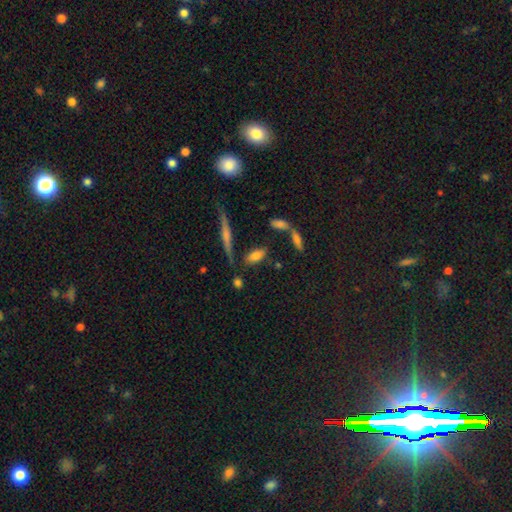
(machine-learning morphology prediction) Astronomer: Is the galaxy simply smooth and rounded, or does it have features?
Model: smooth — 75%.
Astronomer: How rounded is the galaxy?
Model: in between — 79%.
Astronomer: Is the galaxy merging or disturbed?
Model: none — 67%.